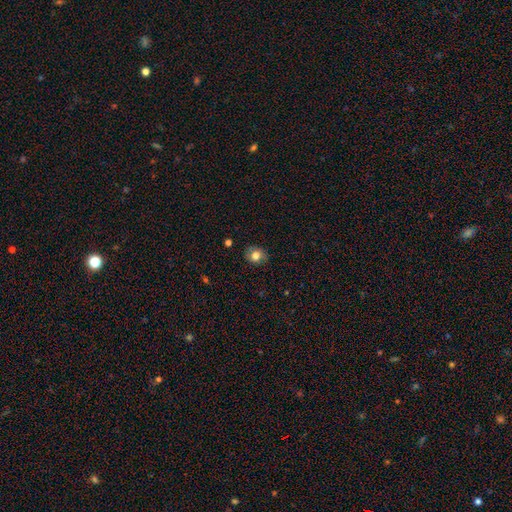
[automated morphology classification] This appears to be a smooth galaxy with no disk features (78%) that is round (66%). Merging: none (81%).